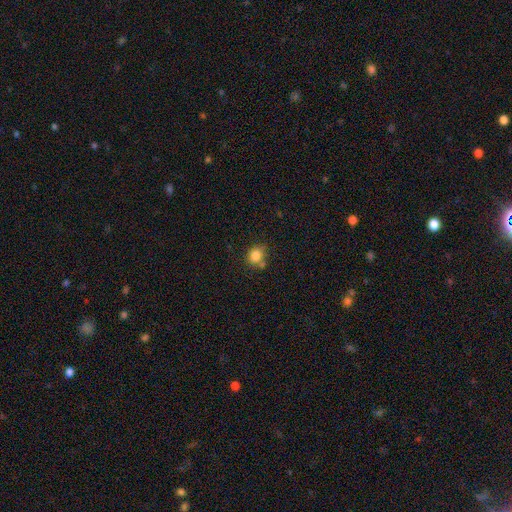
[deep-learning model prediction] A smooth galaxy with no disk features (83%) that is round (68%).

Vote fractions:
- Smooth or featured? smooth: 83% / star or artifact: 11% / featured or disk: 7%
- How rounded? round: 68% / in between: 31% / cigar-shaped: 1%
- Merging? none: 64% / minor disturbance: 16% / merger: 15% / major disturbance: 5%